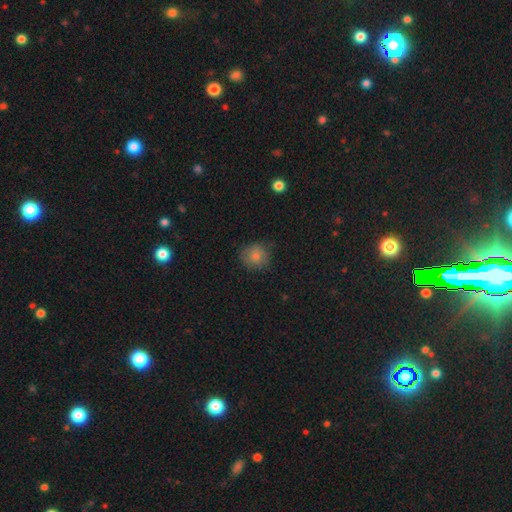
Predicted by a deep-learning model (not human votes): A smooth galaxy with no disk features (82%) that is round (86%). Merging: none (78%).